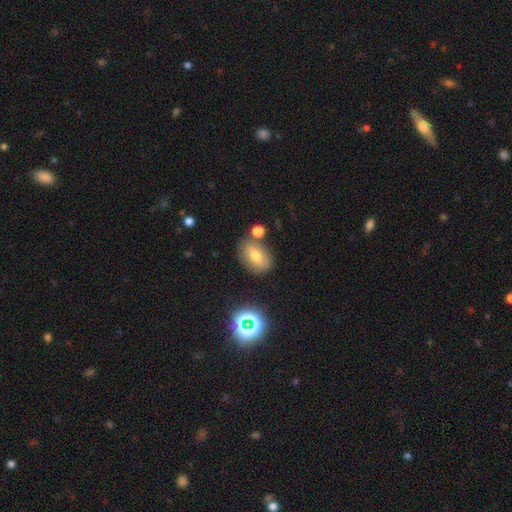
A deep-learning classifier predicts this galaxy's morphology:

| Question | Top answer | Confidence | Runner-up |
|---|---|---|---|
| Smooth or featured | smooth | 64% | featured or disk (21%) |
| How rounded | in between | 76% | round (22%) |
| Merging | none | 73% | minor disturbance (14%) |